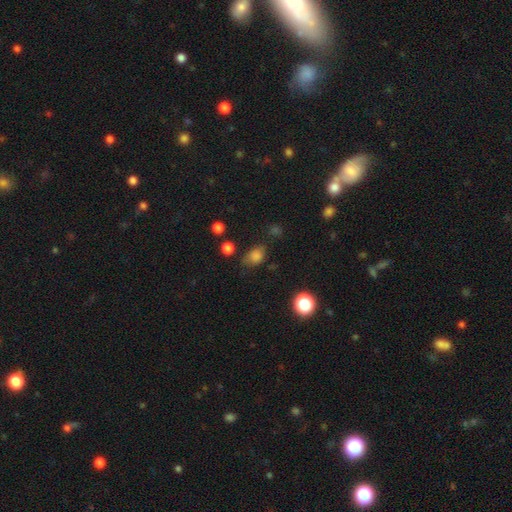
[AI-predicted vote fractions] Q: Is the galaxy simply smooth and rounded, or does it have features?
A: smooth — 78%.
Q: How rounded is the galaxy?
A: in between — 72%.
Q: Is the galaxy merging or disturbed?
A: none — 60%.